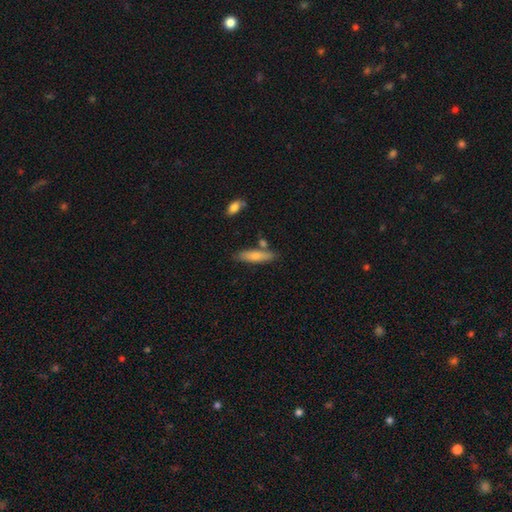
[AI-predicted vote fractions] Smooth or featured? smooth (73%)
How rounded? cigar-shaped (69%)
Merging? none (75%)